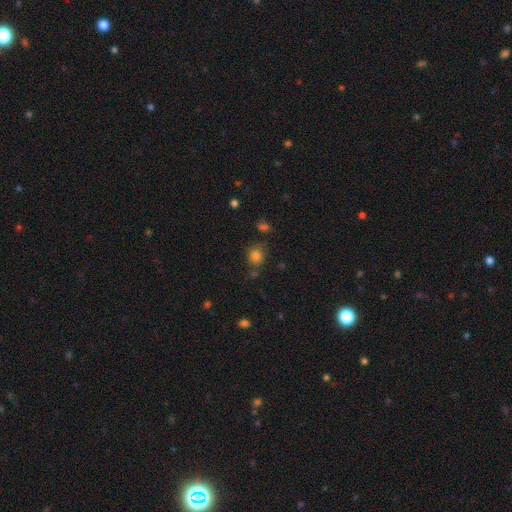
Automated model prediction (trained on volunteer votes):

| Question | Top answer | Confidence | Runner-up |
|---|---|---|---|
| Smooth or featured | smooth | 81% | star or artifact (13%) |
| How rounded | round | 81% | in between (18%) |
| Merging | none | 68% | minor disturbance (16%) |